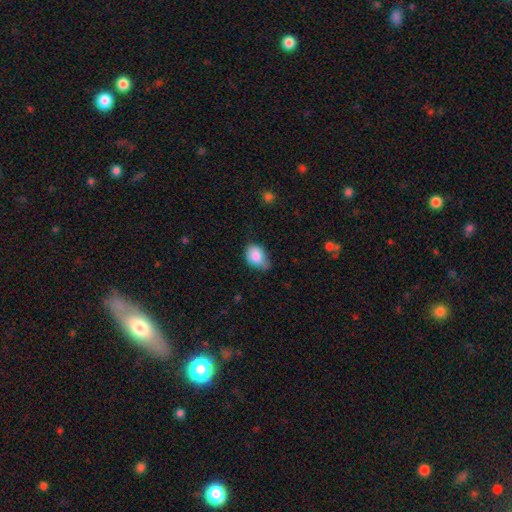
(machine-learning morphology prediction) This is clearly a smooth galaxy (84%). How rounded: likely in between (75%). Merging: possibly minor disturbance (50%).